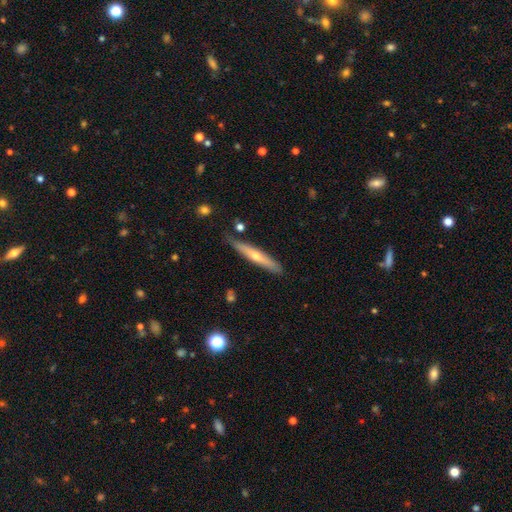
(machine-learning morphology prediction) A featured or disk galaxy (55%) viewed edge-on (93%) with a rounded central bulge (81%).

Vote fractions:
- Smooth or featured? featured or disk: 55% / smooth: 39% / star or artifact: 6%
- Edge-on disk? yes: 93% / no: 7%
- Edge-on bulge? rounded: 81% / none: 16% / boxy: 2%
- Merging? none: 84% / minor disturbance: 12% / merger: 2% / major disturbance: 2%